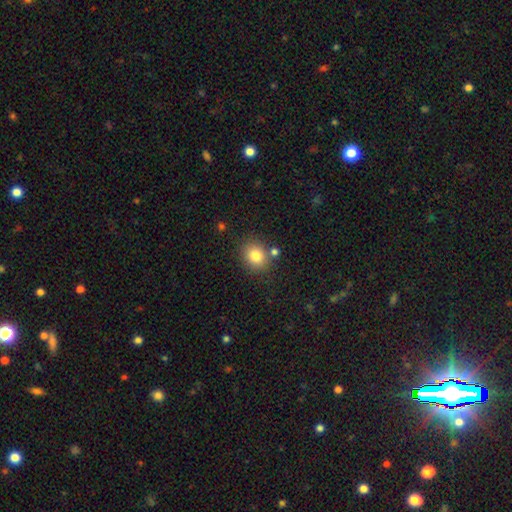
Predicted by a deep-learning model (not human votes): Smooth or featured? smooth (81%)
How rounded? round (72%)
Merging? none (78%)